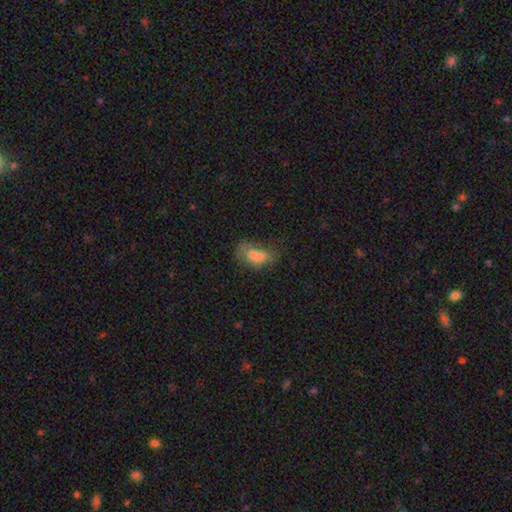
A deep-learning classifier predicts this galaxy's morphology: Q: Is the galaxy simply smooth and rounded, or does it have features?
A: smooth — 62%.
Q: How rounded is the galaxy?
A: in between — 83%.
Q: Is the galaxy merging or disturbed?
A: merger — 33%.